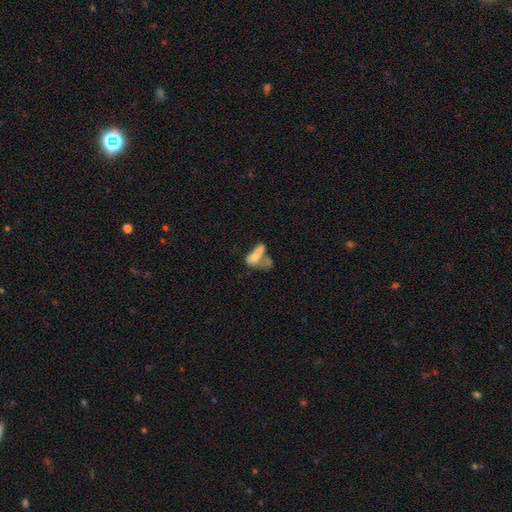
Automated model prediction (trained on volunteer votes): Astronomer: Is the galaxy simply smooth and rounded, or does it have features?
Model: smooth — 60%.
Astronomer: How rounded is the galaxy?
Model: in between — 75%.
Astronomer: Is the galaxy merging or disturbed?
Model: merger — 48%.